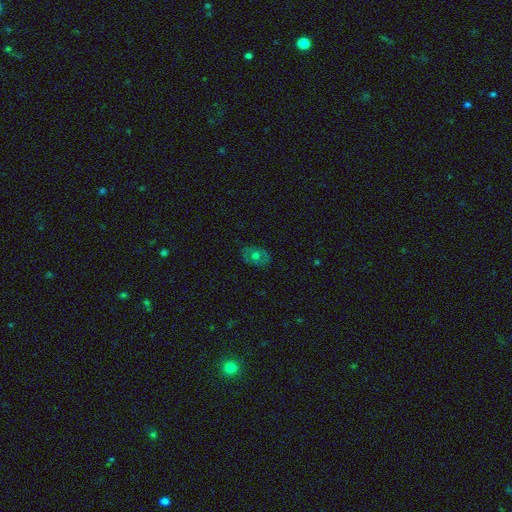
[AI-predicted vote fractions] Overall: smooth (48%; featured or disk 42%). Merging: none (80%).